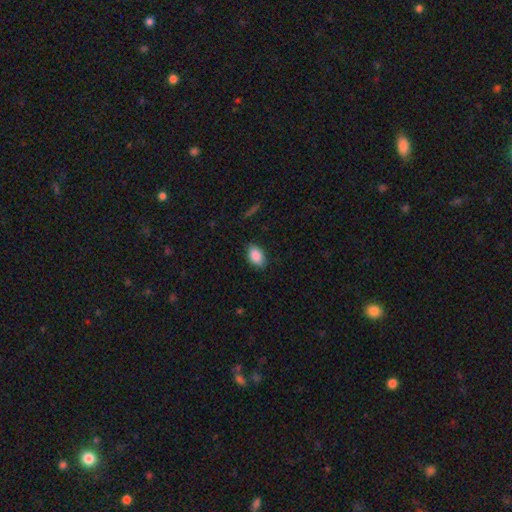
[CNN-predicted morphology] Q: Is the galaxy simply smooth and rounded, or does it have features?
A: smooth — 88%.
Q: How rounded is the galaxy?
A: in between — 88%.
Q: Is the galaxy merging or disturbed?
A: none — 84%.